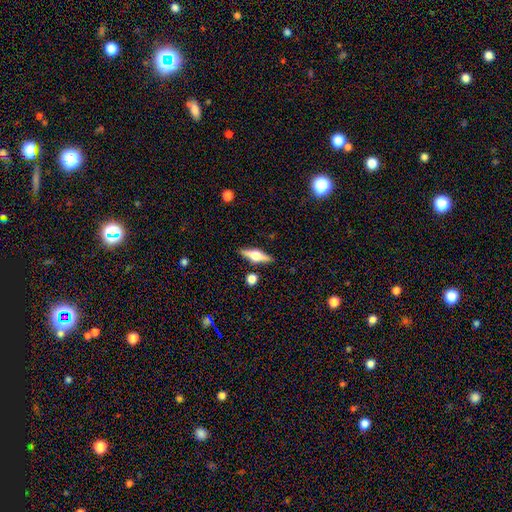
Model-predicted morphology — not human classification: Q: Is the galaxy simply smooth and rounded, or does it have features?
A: featured or disk — 65%.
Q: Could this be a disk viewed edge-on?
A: yes — 96%.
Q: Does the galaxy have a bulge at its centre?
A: rounded — 93%.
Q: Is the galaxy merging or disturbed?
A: none — 87%.